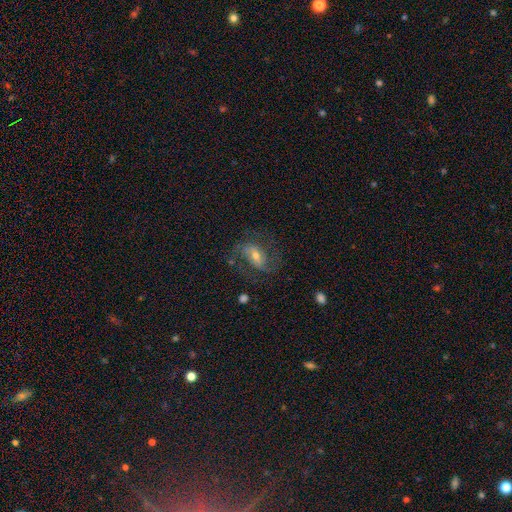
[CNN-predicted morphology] This is likely a featured or disk galaxy (69%). It is clearly not viewed edge-on (95%). Bar: marginally weak (41%). Spiral arm pattern: clearly yes (88%). Spiral arm count: clearly 2 (83%). Spiral winding: possibly medium (50%). Central bulge: possibly moderate (53%). Merging: likely none (66%).